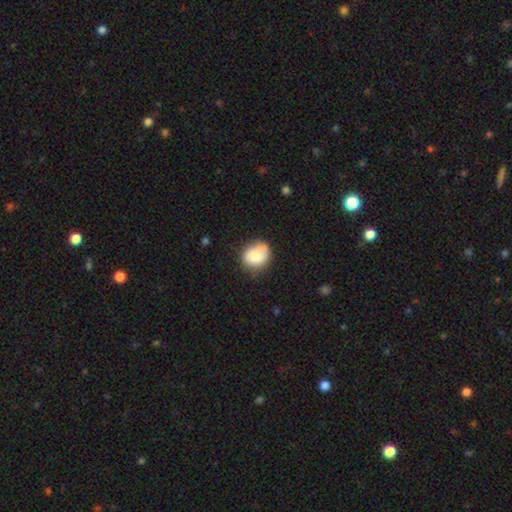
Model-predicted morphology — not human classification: Smooth or featured: smooth — 79% (featured or disk — 14%)
How rounded: round — 60% (in between — 40%)
Merging: none — 64% (minor disturbance — 26%)